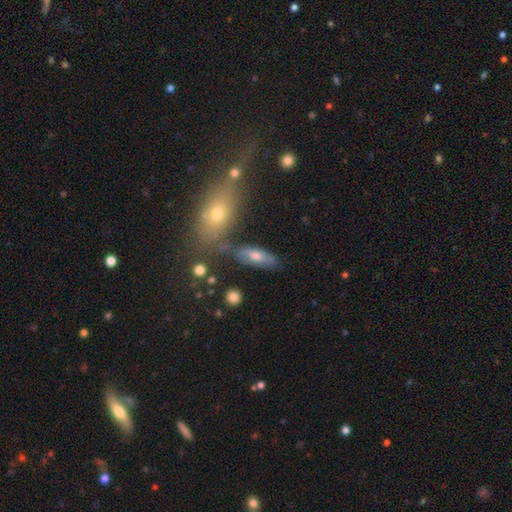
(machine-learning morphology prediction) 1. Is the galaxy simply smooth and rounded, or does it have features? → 60% smooth, 30% featured or disk, 10% star or artifact.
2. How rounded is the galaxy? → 68% in between, 26% cigar-shaped, 6% round.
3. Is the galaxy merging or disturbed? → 68% none, 16% minor disturbance, 10% merger, 6% major disturbance.